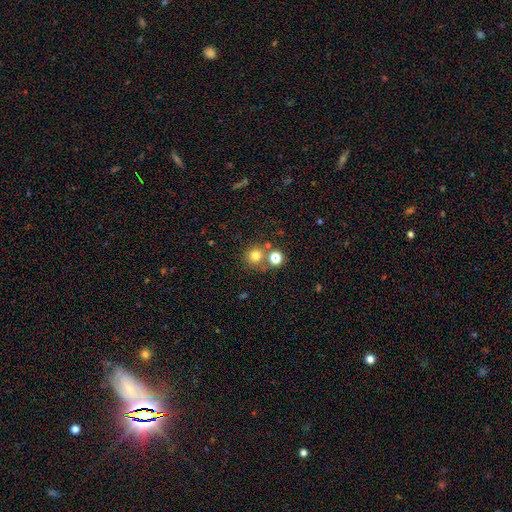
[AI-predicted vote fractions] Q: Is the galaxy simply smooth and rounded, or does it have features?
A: smooth — 76%.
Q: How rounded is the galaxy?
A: round — 89%.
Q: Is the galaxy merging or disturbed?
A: none — 63%.